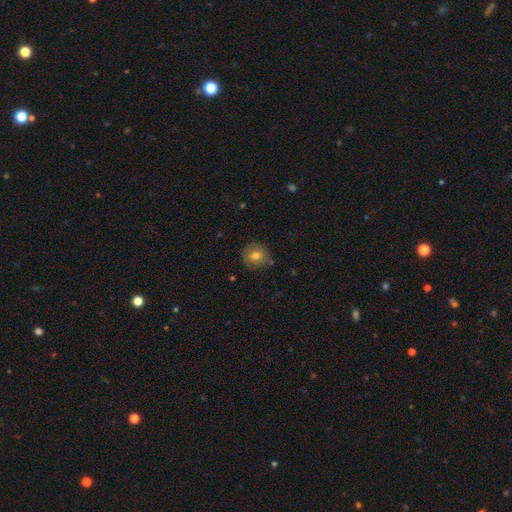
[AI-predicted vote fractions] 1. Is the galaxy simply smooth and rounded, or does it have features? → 75% smooth, 14% featured or disk, 11% star or artifact.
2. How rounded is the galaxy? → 87% round, 12% in between, 1% cigar-shaped.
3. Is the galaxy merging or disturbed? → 83% none, 13% minor disturbance, 3% major disturbance, 2% merger.